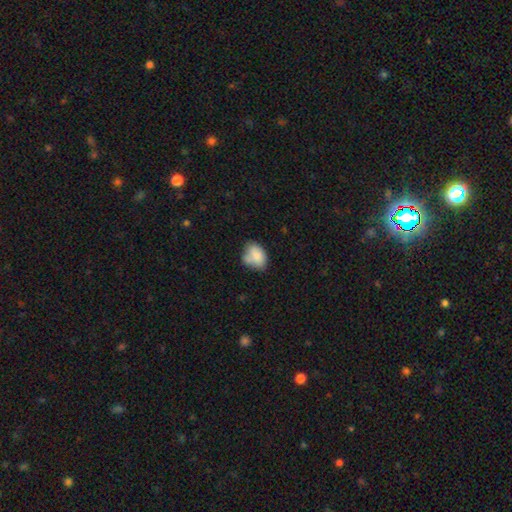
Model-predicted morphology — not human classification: Q: Smooth or featured?
A: smooth (79%); runner-up: featured or disk (13%)
Q: How rounded?
A: in between (73%); runner-up: round (25%)
Q: Merging?
A: none (47%); runner-up: minor disturbance (30%)